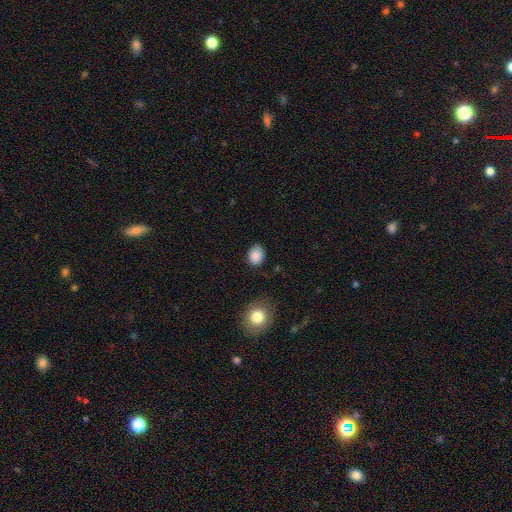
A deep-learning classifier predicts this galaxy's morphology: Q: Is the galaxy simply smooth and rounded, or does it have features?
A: smooth — 88%.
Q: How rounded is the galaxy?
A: in between — 57%.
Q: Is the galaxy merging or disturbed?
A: none — 82%.